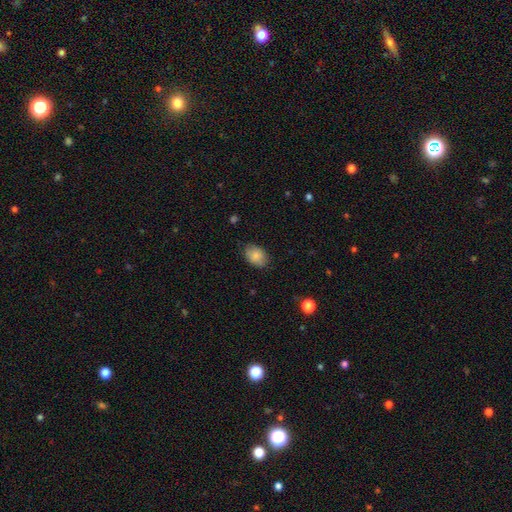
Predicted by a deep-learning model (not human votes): smooth_or_featured: smooth (p=0.83) [alt: featured or disk p=0.09]
how_rounded: in between (p=0.79) [alt: round p=0.20]
merging: none (p=0.82) [alt: minor disturbance p=0.14]